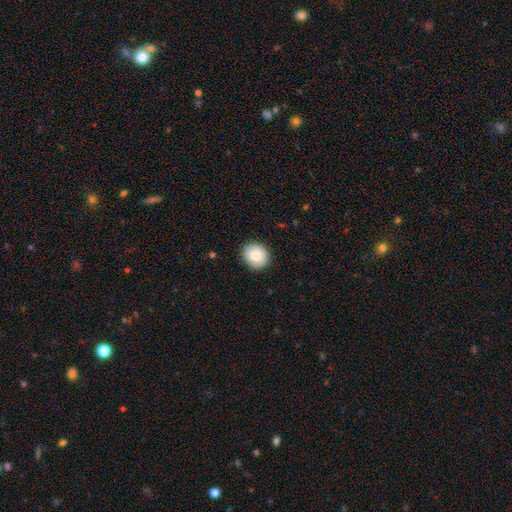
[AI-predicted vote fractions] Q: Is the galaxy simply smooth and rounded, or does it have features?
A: smooth — 78%.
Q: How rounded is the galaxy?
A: round — 83%.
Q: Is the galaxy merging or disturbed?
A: none — 86%.